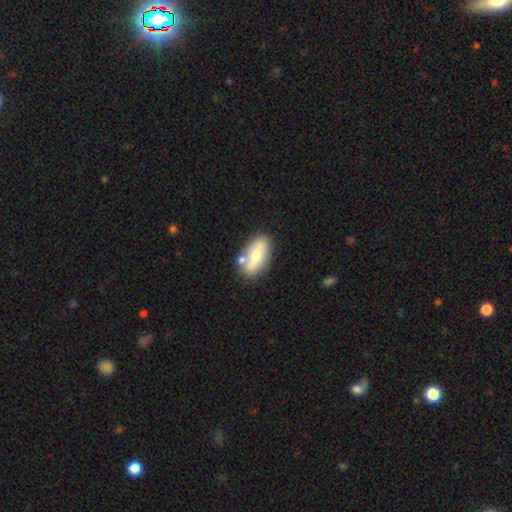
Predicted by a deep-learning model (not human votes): A smooth galaxy with no disk features (57%) that is in between round and cigar-shaped (84%). Merging: none (71%).